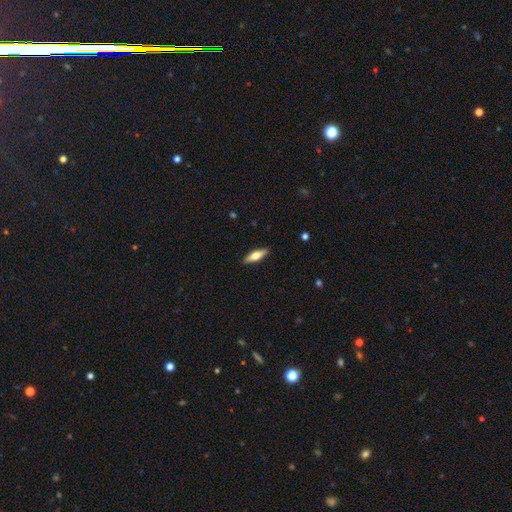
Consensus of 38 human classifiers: Morphology: type=smooth (55%); roundness=in between (52%); merging=none (97%).